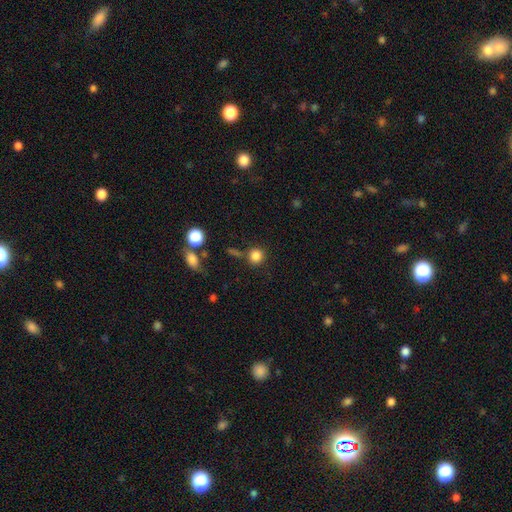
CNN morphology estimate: Smooth or featured: smooth — 83% (star or artifact — 12%)
How rounded: round — 90% (in between — 9%)
Merging: none — 77% (minor disturbance — 11%)